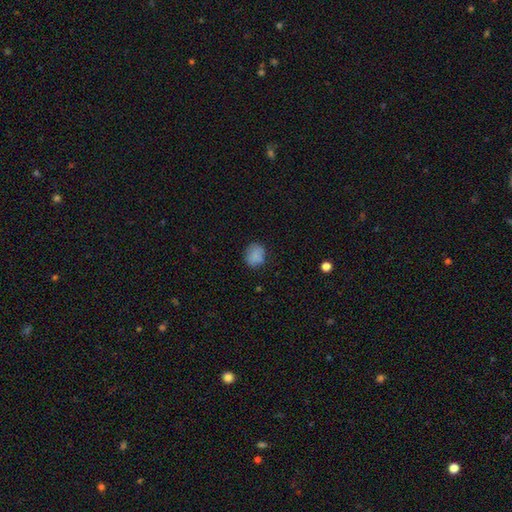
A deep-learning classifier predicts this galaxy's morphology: Q: Smooth or featured?
A: smooth (82%); runner-up: star or artifact (10%)
Q: How rounded?
A: round (67%); runner-up: in between (32%)
Q: Merging?
A: none (75%); runner-up: minor disturbance (18%)